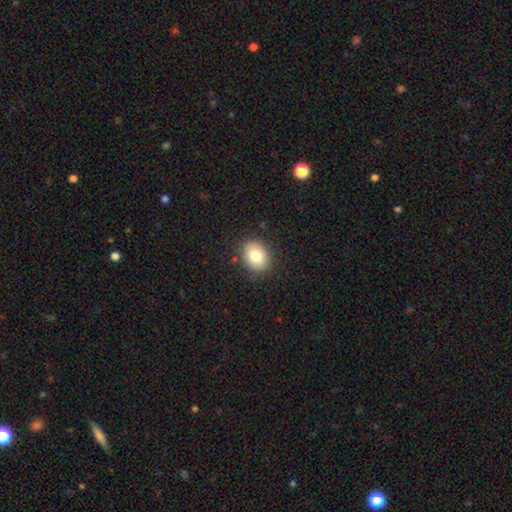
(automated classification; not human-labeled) The model was most divided on "how rounded": in between: 53%, round: 46%, cigar-shaped: 1%. More confident: merging — none (87%); smooth or featured — smooth (81%).